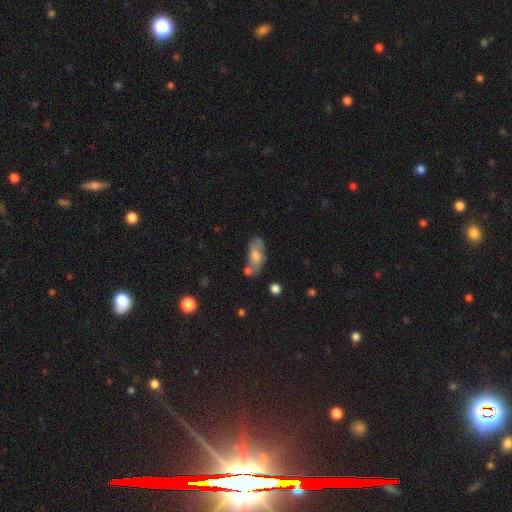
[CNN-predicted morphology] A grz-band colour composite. It shows a smooth galaxy with no disk features (60%) that is in between round and cigar-shaped (84%). Merging: none (52%).